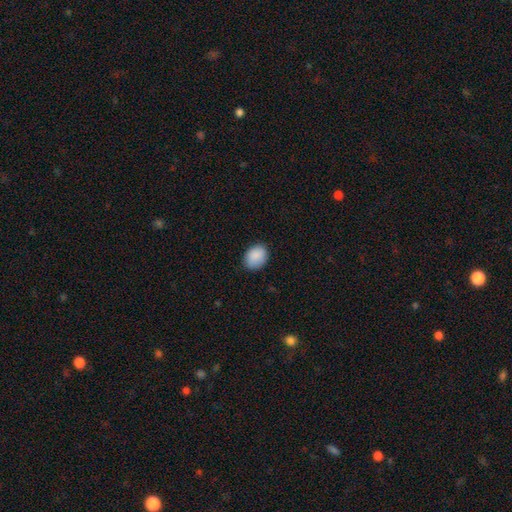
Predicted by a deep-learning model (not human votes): smooth 89%, star or artifact 7%, featured or disk 4%. Down the decision tree: how rounded — in between (68%); merging — none (82%).